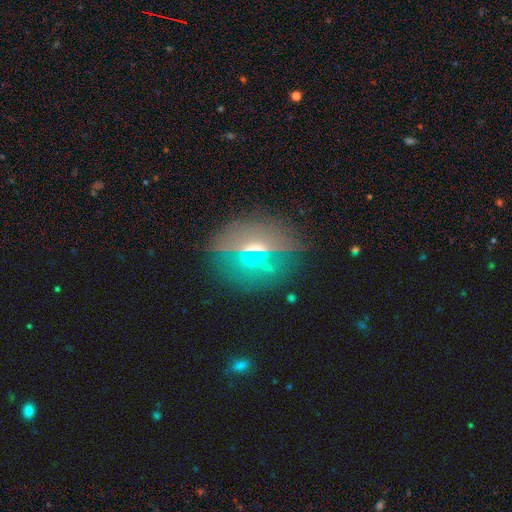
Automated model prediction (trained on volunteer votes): smooth_or_featured: smooth (p=0.35) [alt: featured or disk p=0.34]
merging: none (p=0.81) [alt: minor disturbance p=0.10]